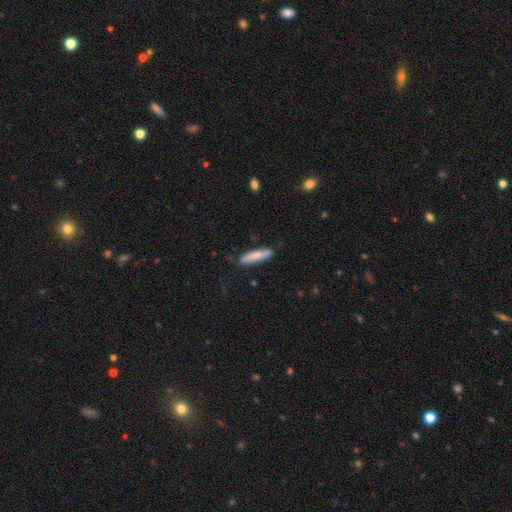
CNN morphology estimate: Smooth or featured? Predicted: smooth (p=0.77). How rounded? Predicted: cigar-shaped (p=0.81). Merging? Predicted: none (p=0.85).